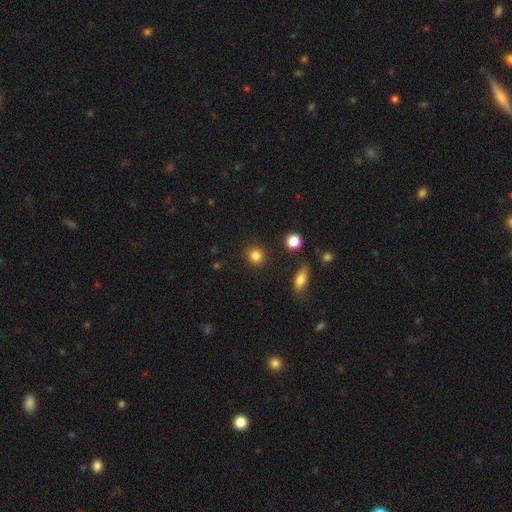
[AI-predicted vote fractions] Q: Smooth or featured?
A: smooth (85%); runner-up: star or artifact (11%)
Q: How rounded?
A: round (88%); runner-up: in between (11%)
Q: Merging?
A: none (89%); runner-up: minor disturbance (6%)